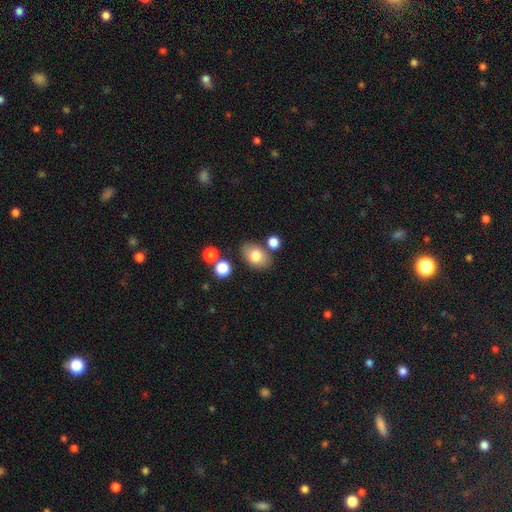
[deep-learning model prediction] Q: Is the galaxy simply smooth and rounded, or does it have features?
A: smooth — 77%.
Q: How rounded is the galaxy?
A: in between — 81%.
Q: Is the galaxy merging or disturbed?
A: none — 75%.